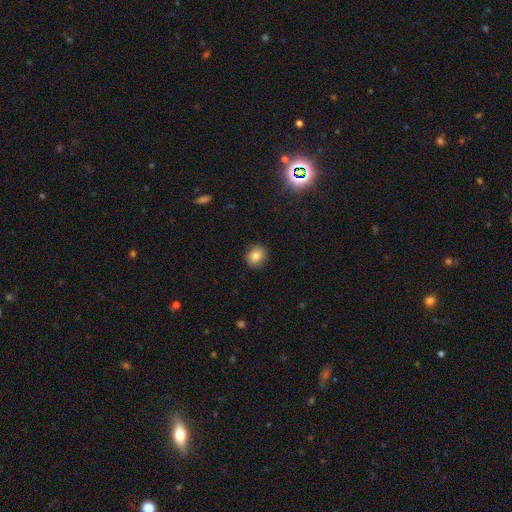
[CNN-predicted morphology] This appears to be a smooth galaxy with no disk features (83%) that is round (67%). Merging: none (88%).